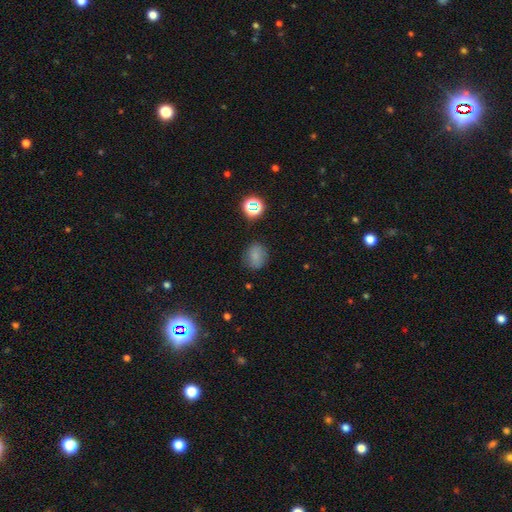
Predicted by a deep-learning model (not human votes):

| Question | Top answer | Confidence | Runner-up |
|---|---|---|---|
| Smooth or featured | smooth | 76% | star or artifact (17%) |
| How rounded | round | 53% | in between (45%) |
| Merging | none | 77% | minor disturbance (16%) |